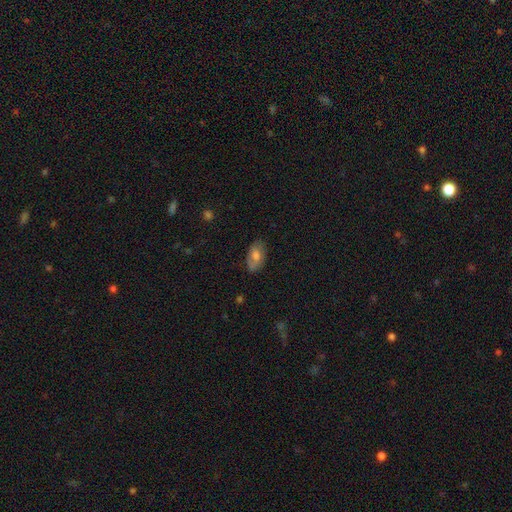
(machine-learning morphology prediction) The model was most divided on "smooth or featured": smooth: 62%, featured or disk: 30%, star or artifact: 8%. More confident: how rounded — in between (92%); merging — none (77%).